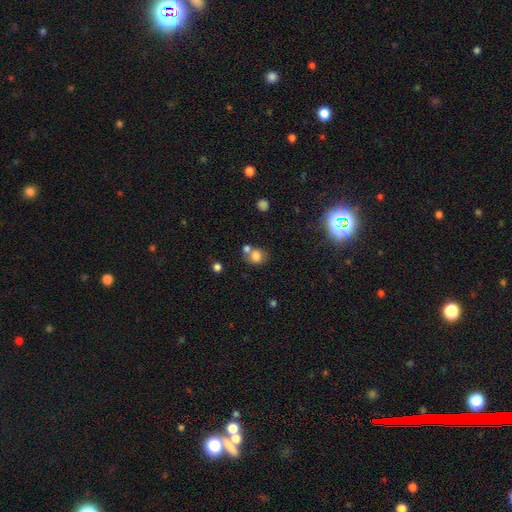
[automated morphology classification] This is likely a smooth galaxy (78%). How rounded: likely round (68%). Merging: possibly none (49%).